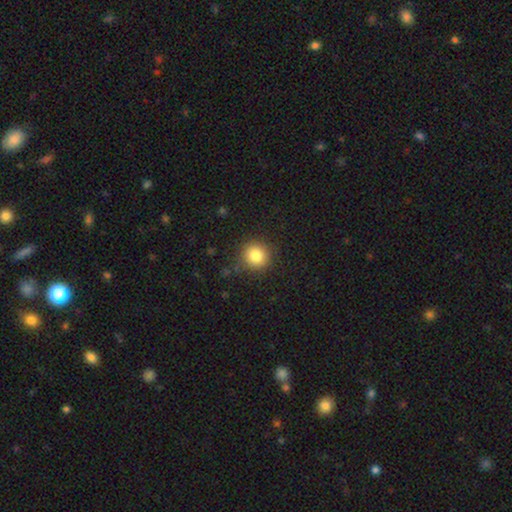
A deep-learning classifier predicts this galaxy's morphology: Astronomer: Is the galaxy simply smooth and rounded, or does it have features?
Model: smooth — 83%.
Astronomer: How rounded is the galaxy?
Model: round — 92%.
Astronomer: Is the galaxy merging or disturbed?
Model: none — 87%.